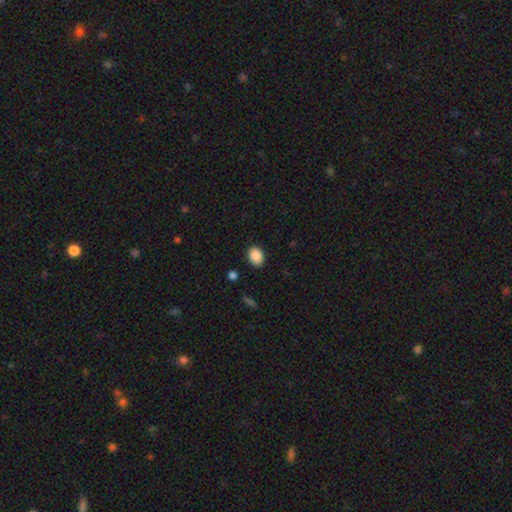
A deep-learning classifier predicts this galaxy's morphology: This is clearly a smooth galaxy (89%). How rounded: likely in between (68%). Merging: clearly none (87%).